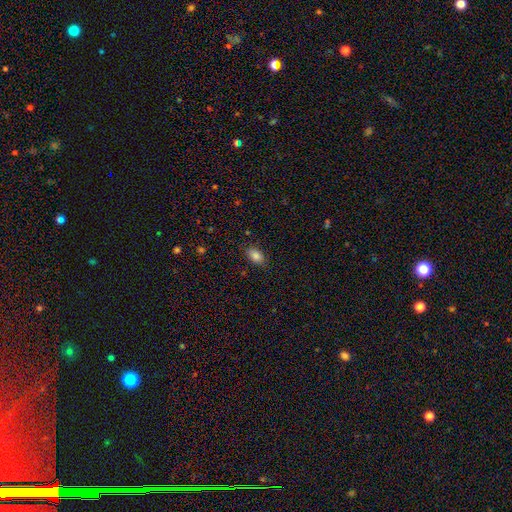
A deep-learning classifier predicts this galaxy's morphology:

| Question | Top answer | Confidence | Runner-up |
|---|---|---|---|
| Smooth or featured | smooth | 85% | star or artifact (9%) |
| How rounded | in between | 90% | round (8%) |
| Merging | none | 84% | minor disturbance (12%) |